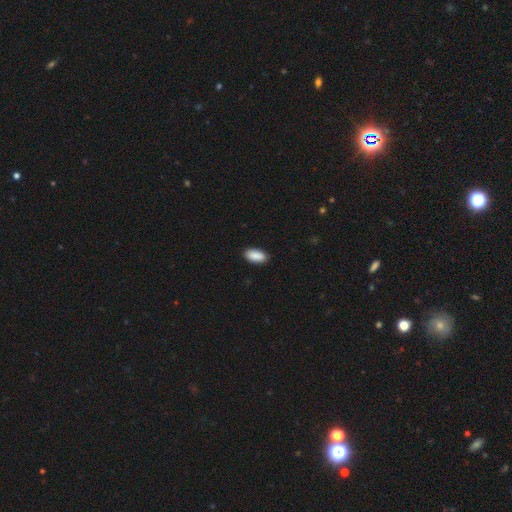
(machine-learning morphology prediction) This appears to be a smooth galaxy with no disk features (90%) that is in between round and cigar-shaped (93%). Merging: none (89%).